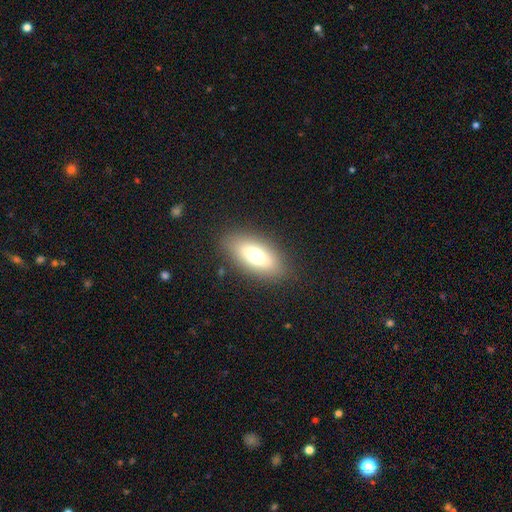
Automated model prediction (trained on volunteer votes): The model was most divided on "smooth or featured": smooth: 65%, featured or disk: 26%, star or artifact: 9%. More confident: merging — none (84%); how rounded — in between (83%).